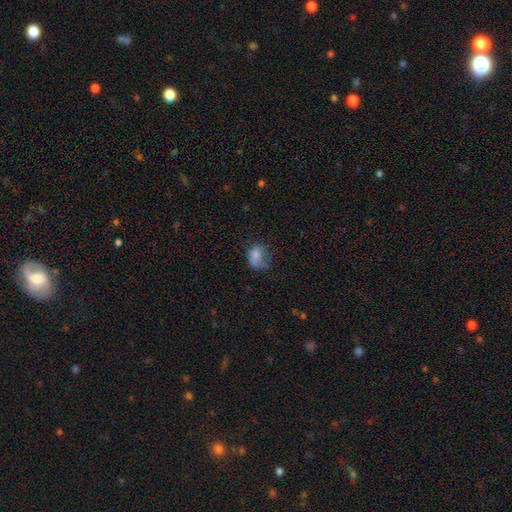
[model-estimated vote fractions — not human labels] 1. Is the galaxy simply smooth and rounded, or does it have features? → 72% smooth, 17% featured or disk, 11% star or artifact.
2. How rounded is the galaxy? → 68% in between, 31% round, 1% cigar-shaped.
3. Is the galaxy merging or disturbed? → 37% major disturbance, 30% none, 30% minor disturbance, 3% merger.